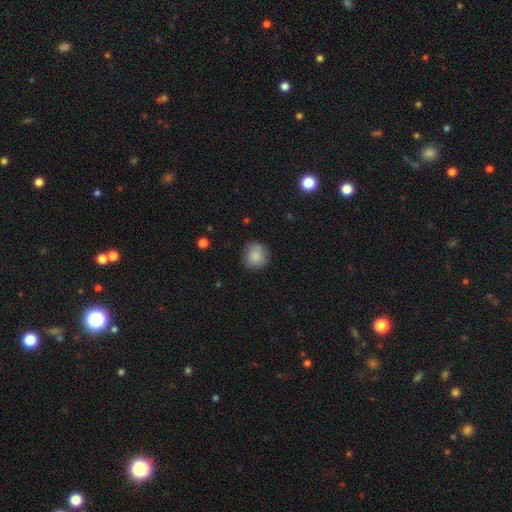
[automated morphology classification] This appears to be a smooth galaxy with no disk features (86%) that is round (93%). Merging: none (84%).